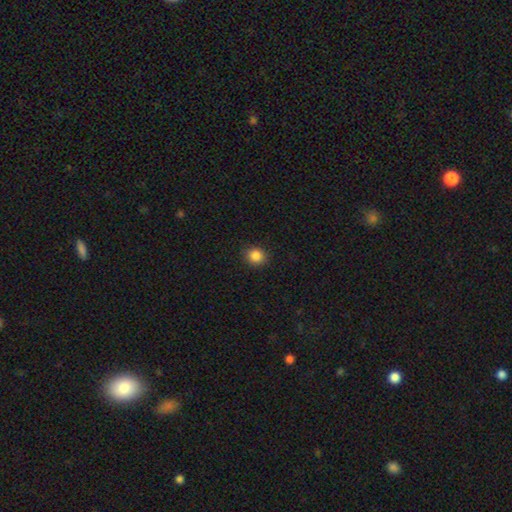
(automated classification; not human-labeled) Smooth or featured?
  - smooth: 86% *
  - star or artifact: 10%
  - featured or disk: 4%
How rounded?
  - round: 84% *
  - in between: 15%
  - cigar-shaped: 1%
Merging?
  - none: 91% *
  - minor disturbance: 6%
  - major disturbance: 2%
  - merger: 1%